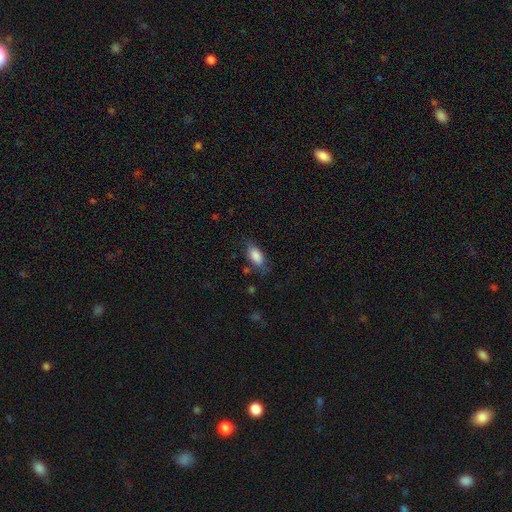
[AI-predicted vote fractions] This appears to be a smooth galaxy with no disk features (85%) that is in between round and cigar-shaped (89%). Merging: none (69%).